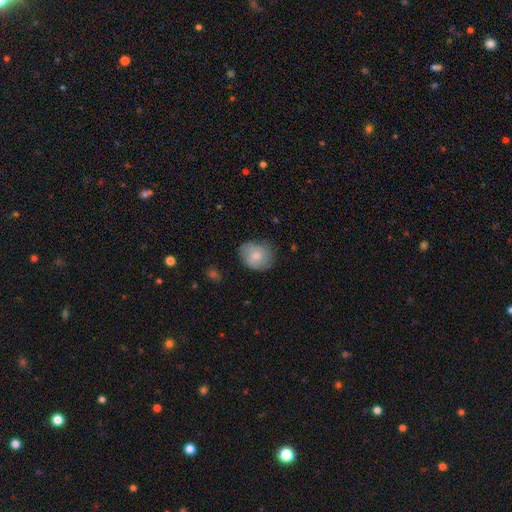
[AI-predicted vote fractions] This appears to be a smooth galaxy with no disk features (68%) that is round (61%). Merging: none (70%).